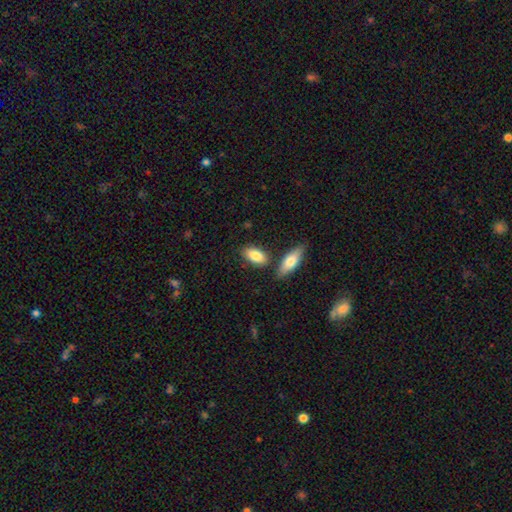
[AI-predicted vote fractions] Morphology: type=smooth (84%); roundness=in between (90%); merging=none (73%).